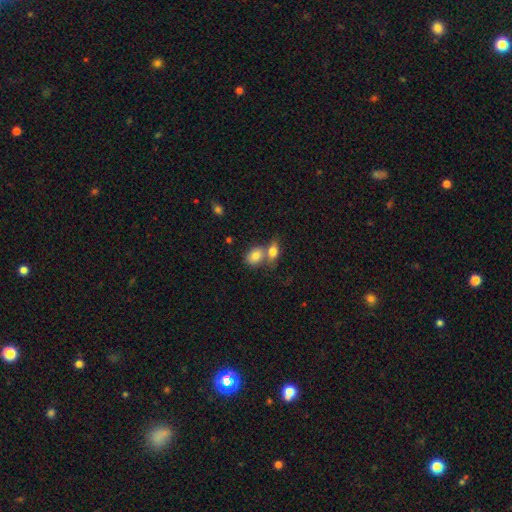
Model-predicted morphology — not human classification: Smooth or featured?
  - smooth: 81% *
  - featured or disk: 11%
  - star or artifact: 8%
How rounded?
  - in between: 72% *
  - round: 26%
  - cigar-shaped: 2%
Merging?
  - merger: 50% *
  - none: 38%
  - minor disturbance: 9%
  - major disturbance: 3%